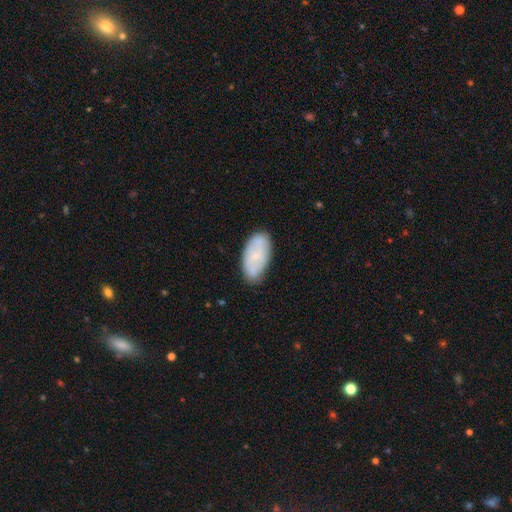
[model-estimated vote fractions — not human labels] Smooth or featured? Predicted: smooth (p=0.58). How rounded? Predicted: in between (p=0.92). Merging? Predicted: none (p=0.78).